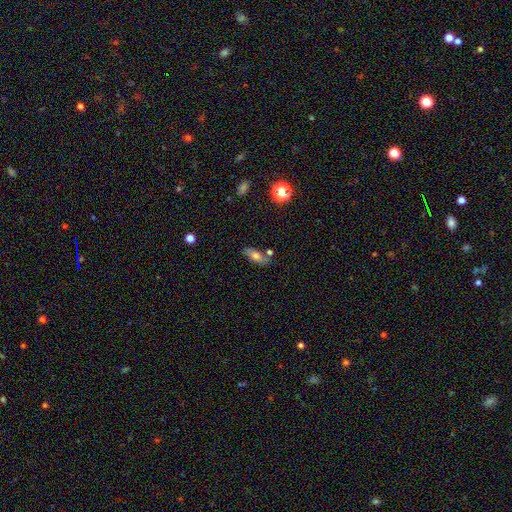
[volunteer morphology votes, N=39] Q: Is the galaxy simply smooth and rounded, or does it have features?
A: smooth — 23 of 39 (59%).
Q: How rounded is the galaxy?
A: in between — 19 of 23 (83%).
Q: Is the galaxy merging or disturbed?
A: none — 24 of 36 (67%).